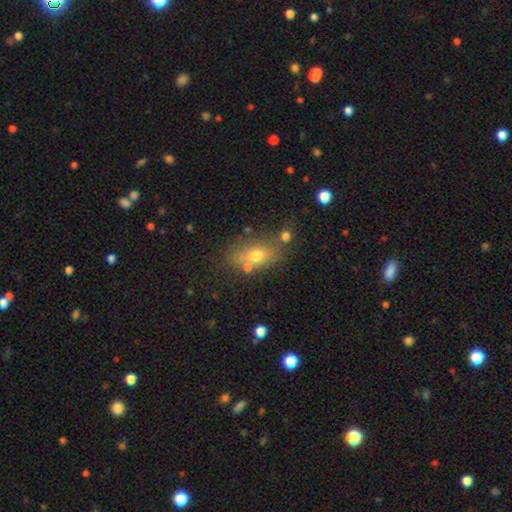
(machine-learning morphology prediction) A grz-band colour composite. It shows a smooth galaxy with no disk features (67%) that is in between round and cigar-shaped (77%). Merging: none (67%).